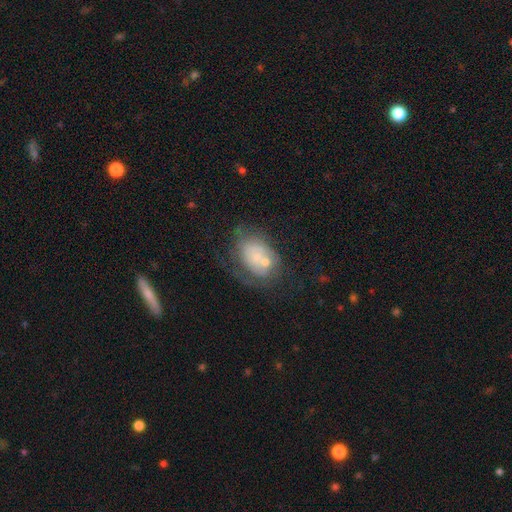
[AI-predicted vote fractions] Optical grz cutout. It shows a smooth galaxy with no disk features (45%, tied with featured or disk). Merging: none (34%).